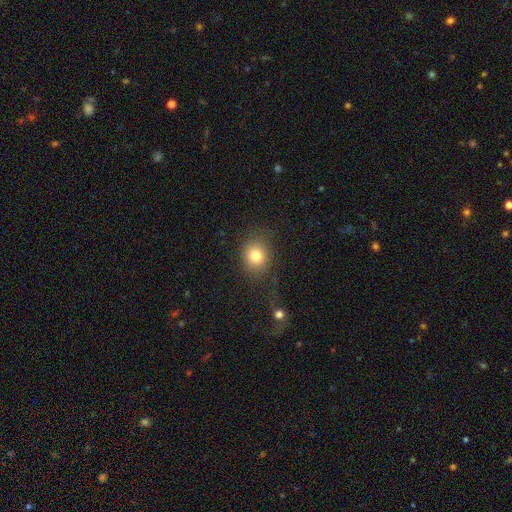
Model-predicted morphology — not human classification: Overall: smooth (80%). How rounded: round (72%). Merging: none (72%).